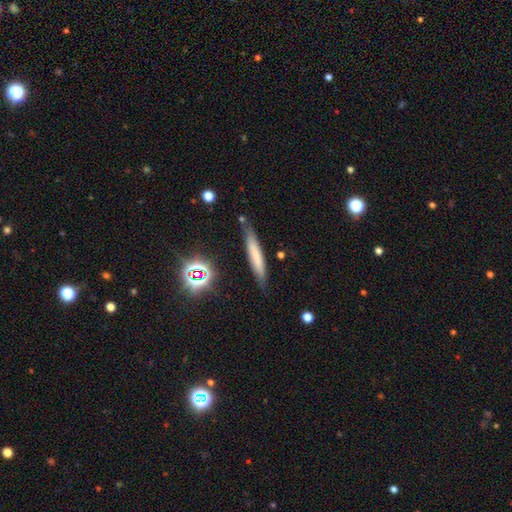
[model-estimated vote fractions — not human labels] This appears to be a smooth galaxy with no disk features (63%) that is cigar-shaped (92%). Merging: none (81%).